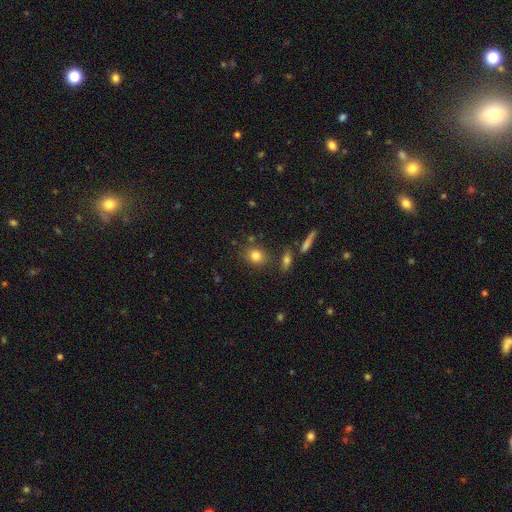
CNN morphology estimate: smooth-or-featured: smooth: 81% | star or artifact: 11% | featured or disk: 8%
  how-rounded: round: 63% | in between: 35% | cigar-shaped: 2%
  merging: none: 79% | minor disturbance: 10% | merger: 7% | major disturbance: 3%